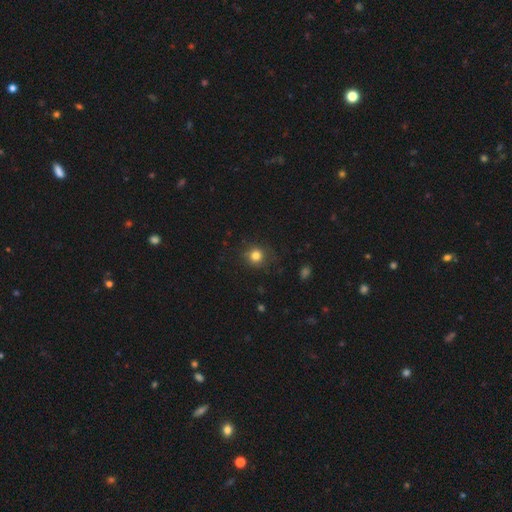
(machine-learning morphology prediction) smooth 81%, star or artifact 13%, featured or disk 6%. Down the decision tree: how rounded — round (88%); merging — none (81%).